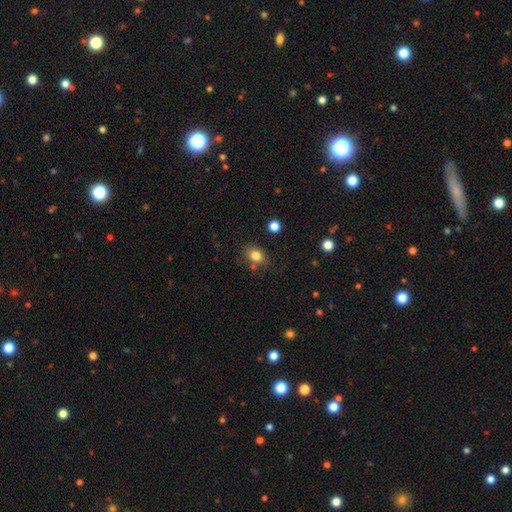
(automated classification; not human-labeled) The model was most divided on "how rounded": in between: 62%, round: 37%, cigar-shaped: 1%. More confident: smooth or featured — smooth (82%); merging — none (74%).